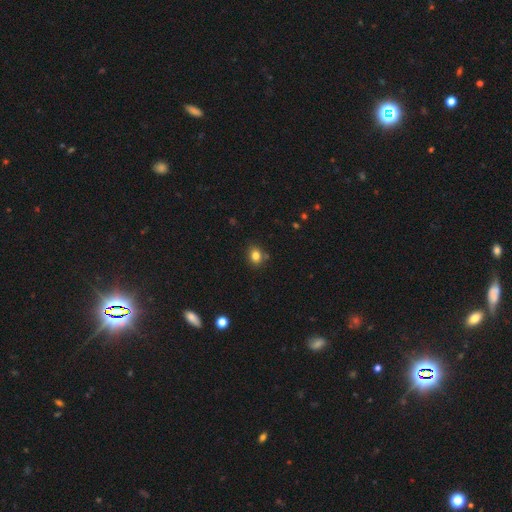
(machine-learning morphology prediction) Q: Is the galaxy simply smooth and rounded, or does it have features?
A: smooth — 82%.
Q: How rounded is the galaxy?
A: round — 50%.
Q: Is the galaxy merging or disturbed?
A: none — 81%.